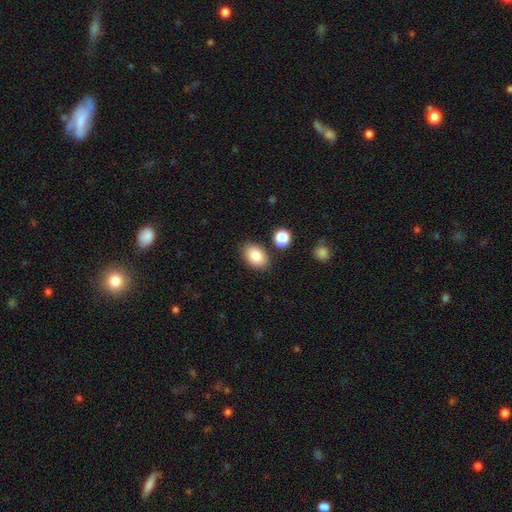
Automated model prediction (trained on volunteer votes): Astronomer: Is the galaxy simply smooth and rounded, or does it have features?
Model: smooth — 85%.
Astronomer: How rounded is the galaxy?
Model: in between — 86%.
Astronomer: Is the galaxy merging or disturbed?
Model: none — 84%.